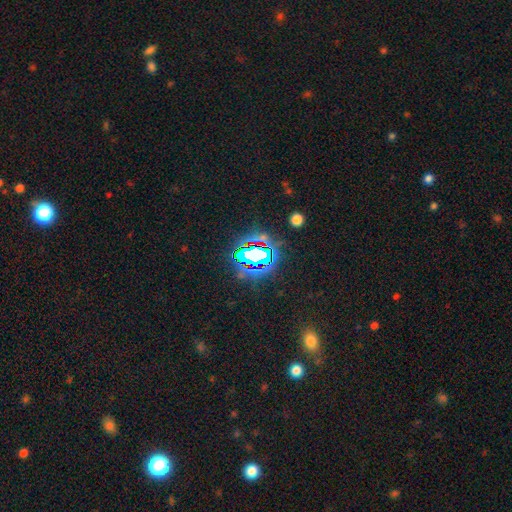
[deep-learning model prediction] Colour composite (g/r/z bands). It shows a star or artifact, not a galaxy (67%).